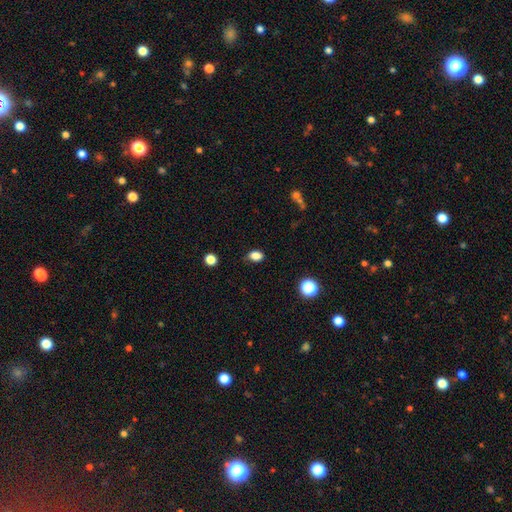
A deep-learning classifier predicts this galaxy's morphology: Q: Smooth or featured?
A: smooth (85%); runner-up: star or artifact (11%)
Q: How rounded?
A: in between (79%); runner-up: round (20%)
Q: Merging?
A: none (80%); runner-up: minor disturbance (15%)